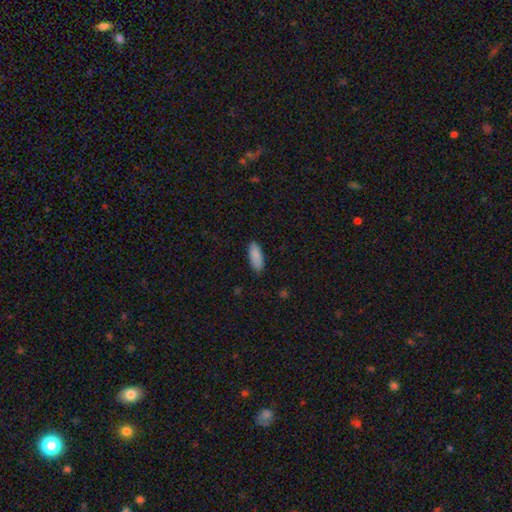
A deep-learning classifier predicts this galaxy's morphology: smooth 89%, star or artifact 6%, featured or disk 5%. Down the decision tree: how rounded — in between (79%); merging — none (86%).